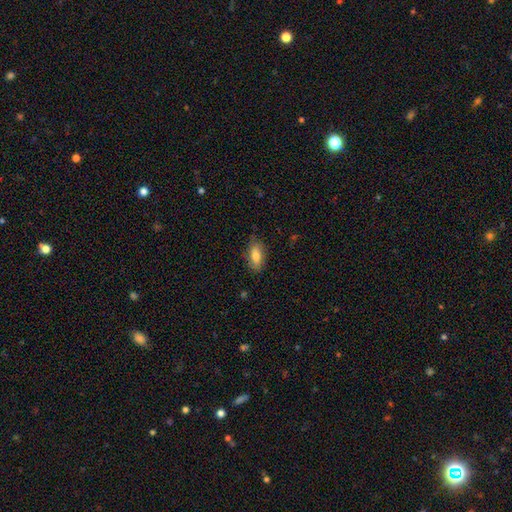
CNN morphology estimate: A smooth galaxy with no disk features (78%) that is in between round and cigar-shaped (84%). Merging: none (76%).